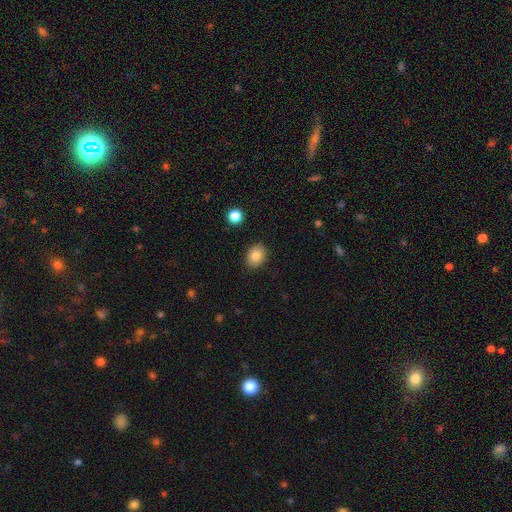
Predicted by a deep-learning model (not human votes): A smooth galaxy with no disk features (84%) that is in between round and cigar-shaped (72%). Merging: none (89%).